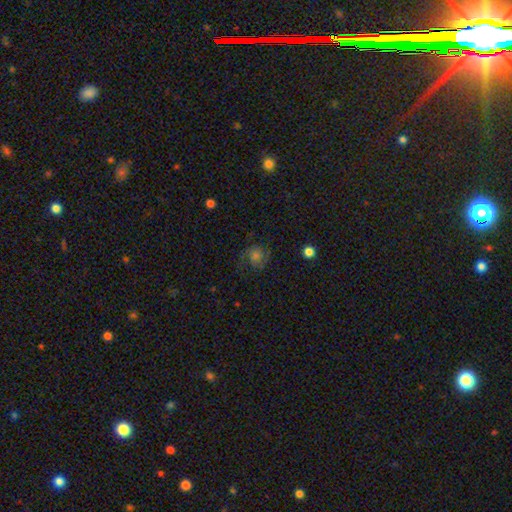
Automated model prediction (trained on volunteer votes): A smooth galaxy with no disk features (44%).

Vote fractions:
- Smooth or featured? smooth: 44% / featured or disk: 40% / star or artifact: 16%
- Merging? none: 69% / minor disturbance: 18% / major disturbance: 12% / merger: 1%